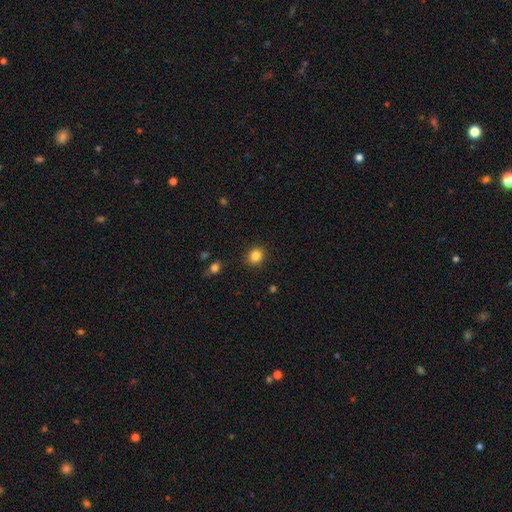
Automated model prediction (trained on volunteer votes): A smooth galaxy with no disk features (85%) that is round (74%). Merging: none (89%).